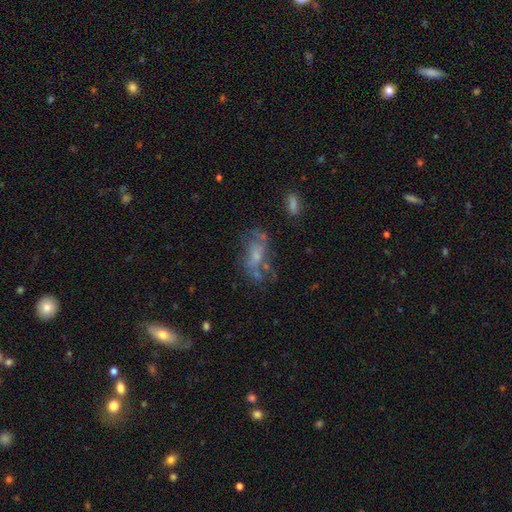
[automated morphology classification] smooth_or_featured: featured or disk (p=0.54) [alt: smooth p=0.31]
disk_edge_on: no (p=0.92) [alt: yes p=0.08]
merging: none (p=0.49) [alt: major disturbance p=0.21]